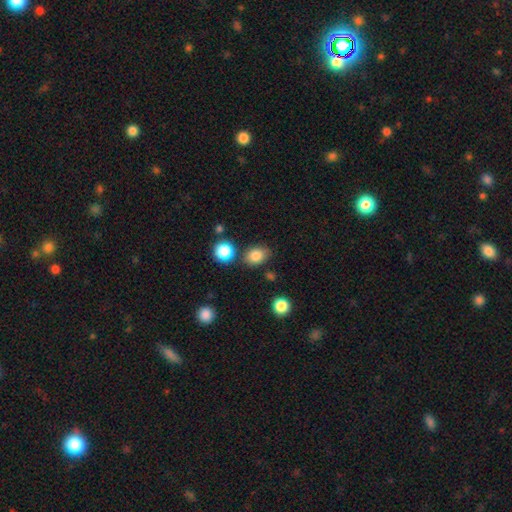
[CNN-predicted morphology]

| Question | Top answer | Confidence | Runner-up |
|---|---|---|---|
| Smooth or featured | smooth | 83% | star or artifact (11%) |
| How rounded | in between | 56% | round (42%) |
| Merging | none | 72% | minor disturbance (16%) |